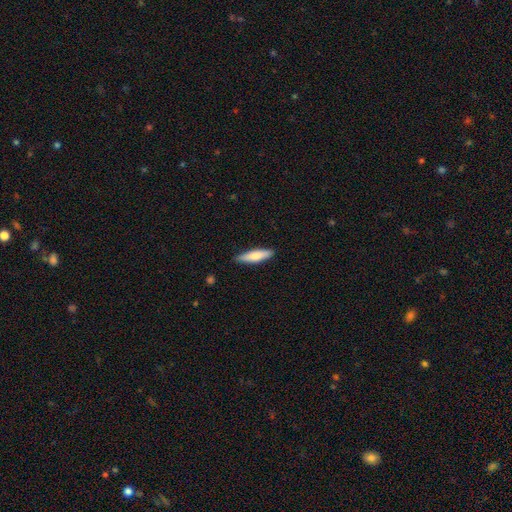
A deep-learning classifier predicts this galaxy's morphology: Smooth or featured?
  - smooth: 72% *
  - featured or disk: 22%
  - star or artifact: 5%
How rounded?
  - cigar-shaped: 71% *
  - in between: 28%
  - round: 2%
Merging?
  - none: 86% *
  - minor disturbance: 11%
  - major disturbance: 2%
  - merger: 1%